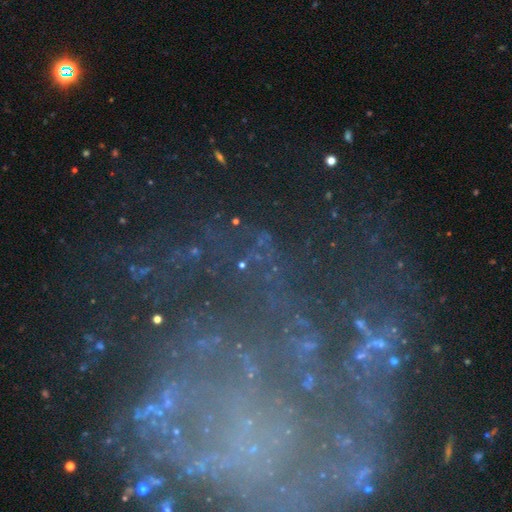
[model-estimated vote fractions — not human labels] This is likely a featured or disk galaxy (60%). It is clearly not viewed edge-on (96%). Bar: likely no (78%). Spiral arm pattern: possibly yes (55%). Central bulge: possibly none (56%). Merging: possibly none (53%).